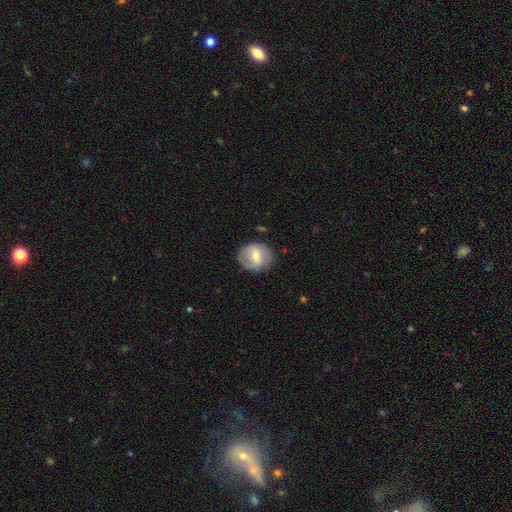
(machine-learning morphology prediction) A smooth galaxy with no disk features (52%) that is round (67%).

Vote fractions:
- Smooth or featured? smooth: 52% / featured or disk: 41% / star or artifact: 7%
- How rounded? round: 67% / in between: 32% / cigar-shaped: 1%
- Merging? none: 76% / minor disturbance: 17% / major disturbance: 6% / merger: 2%